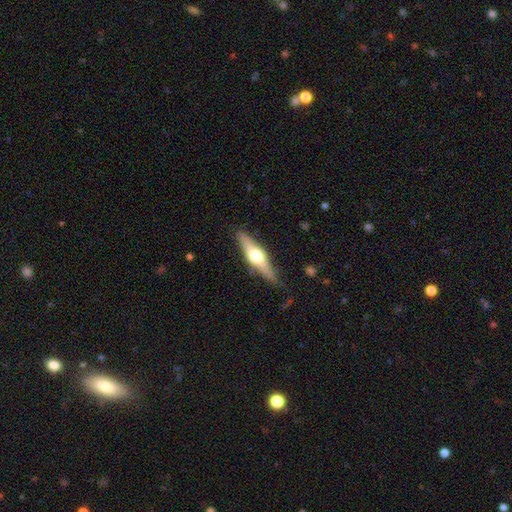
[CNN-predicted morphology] type=featured or disk (65%); edge-on=yes (95%); edge-on bulge=rounded (93%); merging=none (83%).